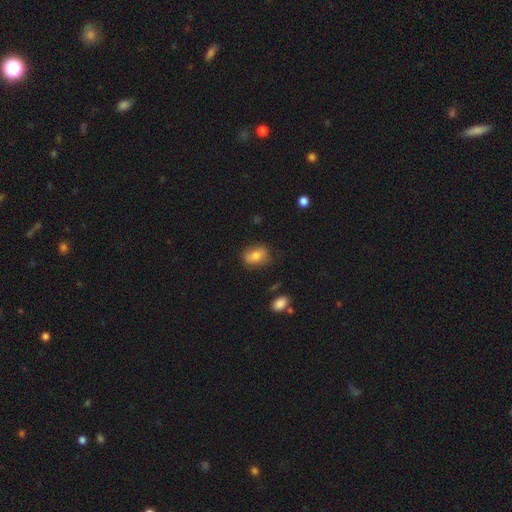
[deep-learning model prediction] This appears to be a smooth galaxy with no disk features (73%) that is in between round and cigar-shaped (70%). Merging: none (74%).